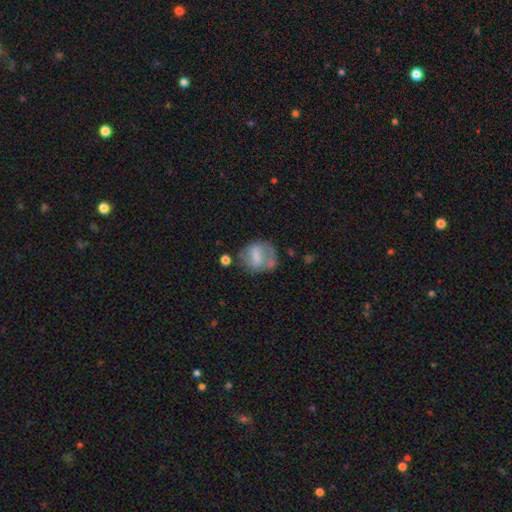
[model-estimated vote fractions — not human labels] A smooth galaxy with no disk features (52%) that is round (54%). Merging: none (53%).